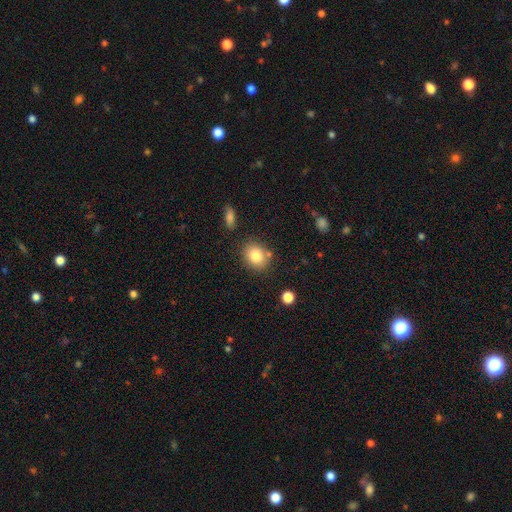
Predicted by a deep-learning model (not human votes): smooth-or-featured: smooth: 82% | star or artifact: 9% | featured or disk: 9%
  how-rounded: round: 55% | in between: 44% | cigar-shaped: 1%
  merging: none: 77% | minor disturbance: 12% | merger: 8% | major disturbance: 3%